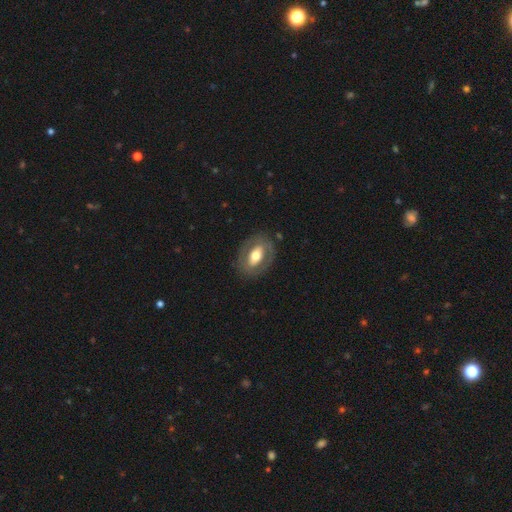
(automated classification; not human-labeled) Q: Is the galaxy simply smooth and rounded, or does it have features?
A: featured or disk — 52%.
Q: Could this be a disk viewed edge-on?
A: no — 89%.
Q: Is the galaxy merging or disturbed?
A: none — 80%.